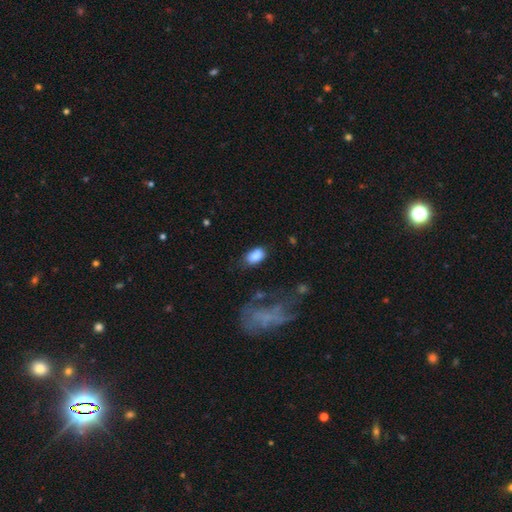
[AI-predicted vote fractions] smooth 85%, star or artifact 8%, featured or disk 7%. Down the decision tree: how rounded — in between (90%); merging — none (65%).